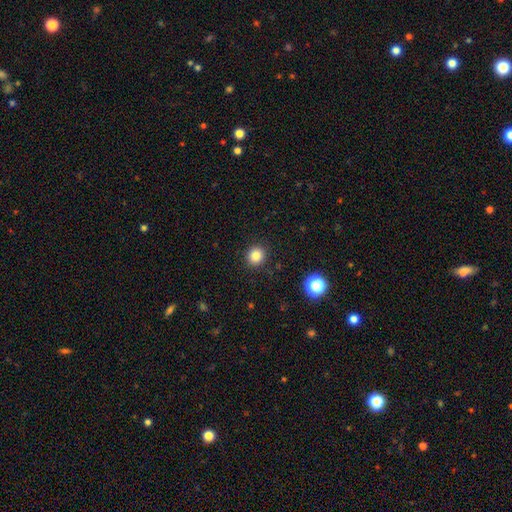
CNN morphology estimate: Overall: smooth (83%). How rounded: round (87%). Merging: none (91%).